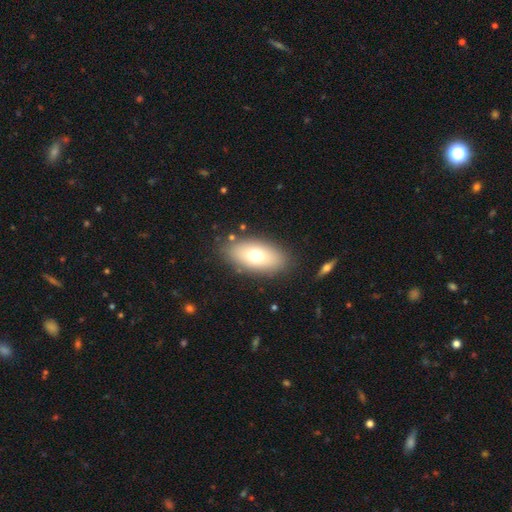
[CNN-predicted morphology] A smooth galaxy with no disk features (70%) that is in between round and cigar-shaped (89%).

Vote fractions:
- Smooth or featured? smooth: 70% / featured or disk: 22% / star or artifact: 9%
- How rounded? in between: 89% / round: 6% / cigar-shaped: 5%
- Merging? none: 85% / minor disturbance: 9% / major disturbance: 4% / merger: 2%